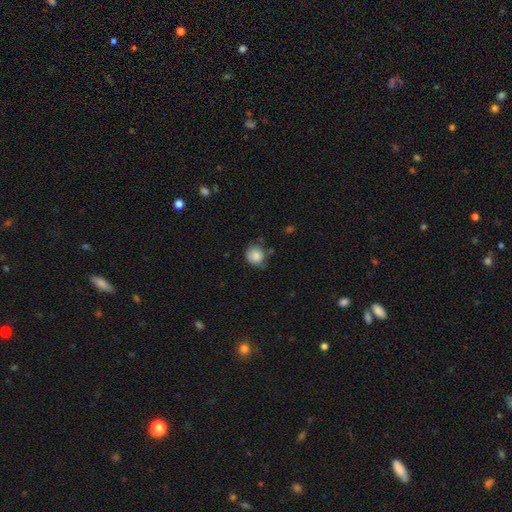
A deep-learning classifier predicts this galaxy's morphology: Smooth or featured? Predicted: smooth (p=0.83). How rounded? Predicted: round (p=0.85). Merging? Predicted: none (p=0.61).